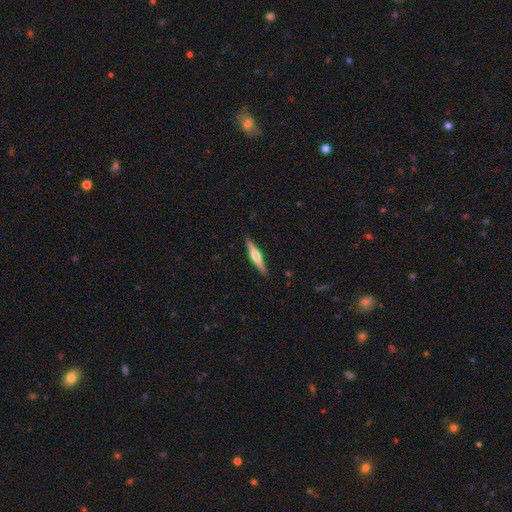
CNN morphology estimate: This appears to be a featured or disk galaxy (69%) viewed edge-on (98%) with a rounded central bulge (90%). Merging: none (91%).